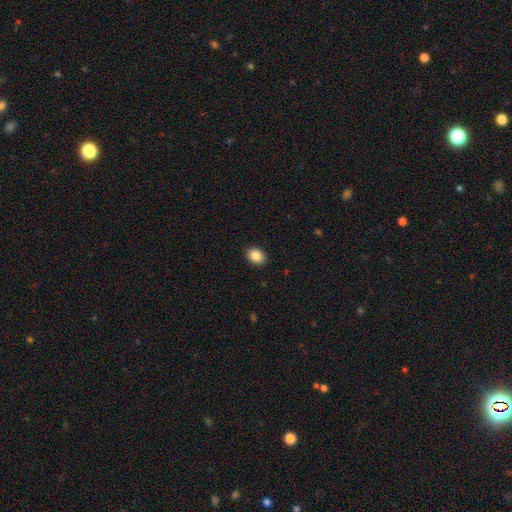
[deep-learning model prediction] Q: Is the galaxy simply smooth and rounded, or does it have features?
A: smooth — 86%.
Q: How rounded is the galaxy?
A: in between — 56%.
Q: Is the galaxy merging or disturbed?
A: none — 91%.